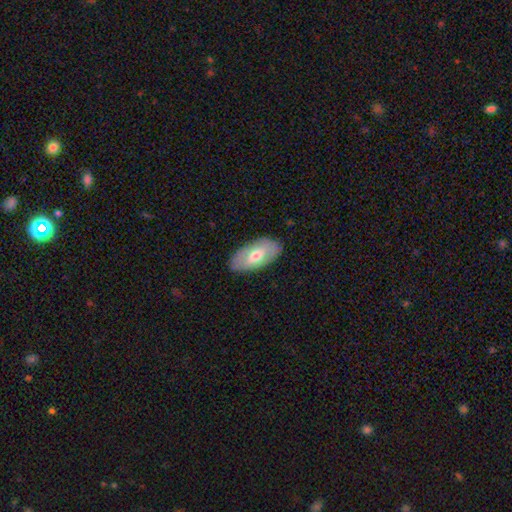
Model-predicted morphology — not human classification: Smooth or featured? smooth (54%)
How rounded? in between (92%)
Merging? none (85%)